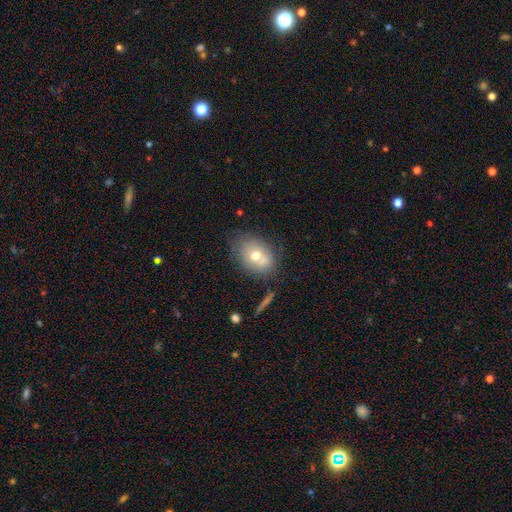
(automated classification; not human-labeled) A smooth galaxy with no disk features (67%) that is in between round and cigar-shaped (63%). Merging: none (60%).